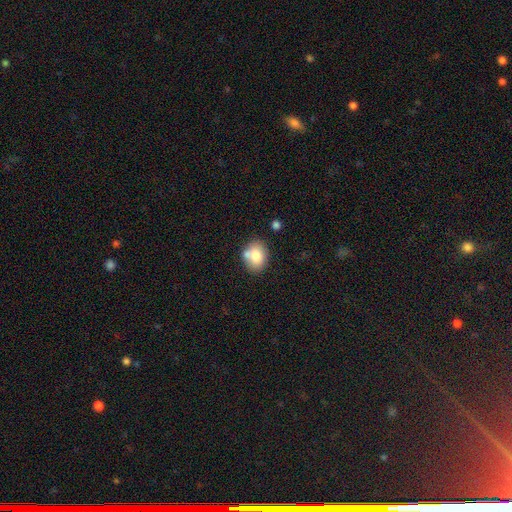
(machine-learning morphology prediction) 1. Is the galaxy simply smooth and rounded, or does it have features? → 78% smooth, 14% featured or disk, 8% star or artifact.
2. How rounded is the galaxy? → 61% in between, 38% round, 1% cigar-shaped.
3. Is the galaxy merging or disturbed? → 64% none, 17% merger, 15% minor disturbance, 4% major disturbance.